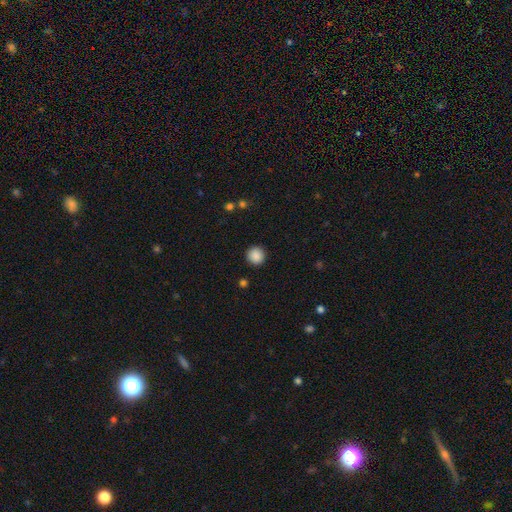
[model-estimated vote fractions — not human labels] Smooth or featured?
  - smooth: 88% *
  - star or artifact: 9%
  - featured or disk: 3%
How rounded?
  - round: 94% *
  - in between: 5%
  - cigar-shaped: 1%
Merging?
  - none: 92% *
  - minor disturbance: 5%
  - major disturbance: 2%
  - merger: 1%